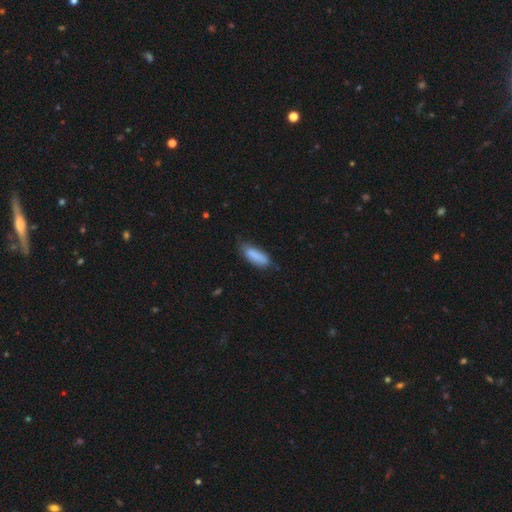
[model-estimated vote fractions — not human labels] Morphology: type=smooth (86%); roundness=in between (63%); merging=none (64%).